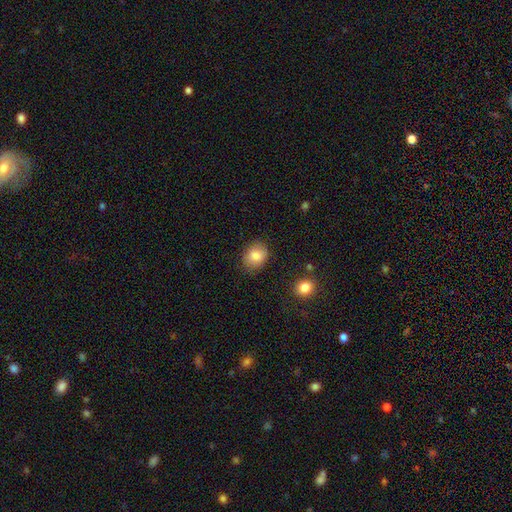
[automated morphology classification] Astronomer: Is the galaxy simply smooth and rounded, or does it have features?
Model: smooth — 84%.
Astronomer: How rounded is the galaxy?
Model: round — 51% (runner-up: in between, 48%).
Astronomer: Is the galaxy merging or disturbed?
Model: none — 83%.